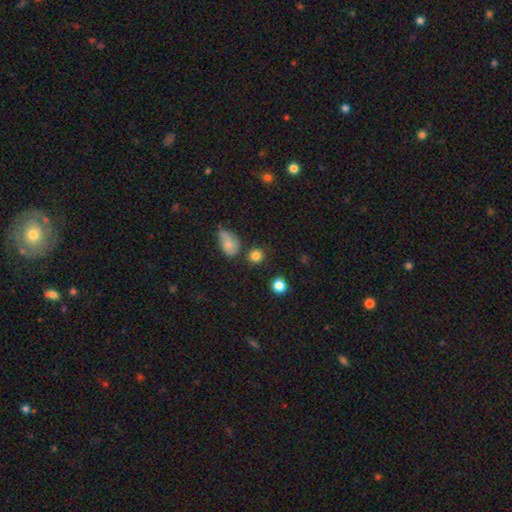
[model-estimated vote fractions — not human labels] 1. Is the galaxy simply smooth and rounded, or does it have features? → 83% smooth, 11% star or artifact, 6% featured or disk.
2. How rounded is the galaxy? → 85% round, 14% in between, 1% cigar-shaped.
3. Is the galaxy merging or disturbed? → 75% none, 13% minor disturbance, 8% merger, 4% major disturbance.